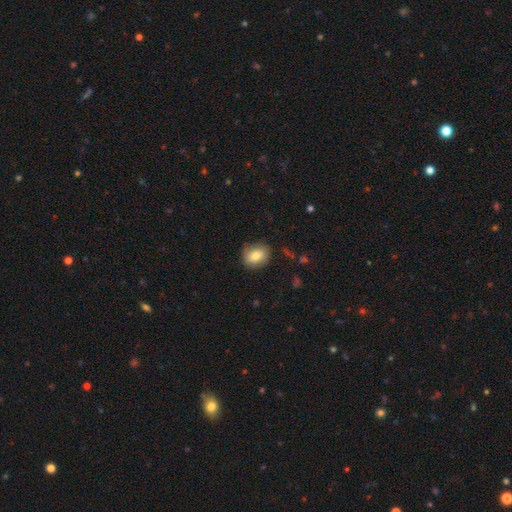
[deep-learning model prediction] Morphology: type=smooth (77%); roundness=in between (50%); merging=none (76%).